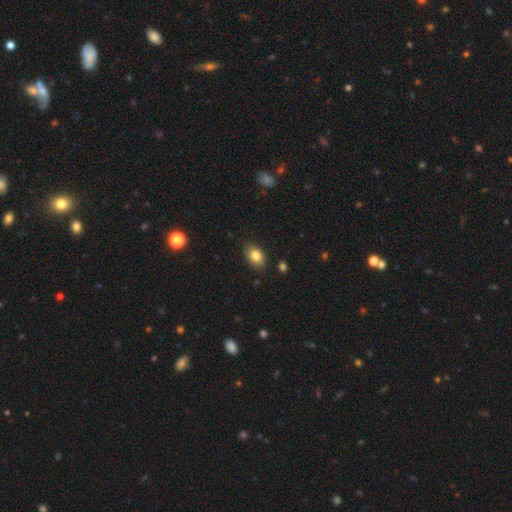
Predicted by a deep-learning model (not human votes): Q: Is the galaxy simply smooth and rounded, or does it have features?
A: smooth — 81%.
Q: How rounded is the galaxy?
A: in between — 83%.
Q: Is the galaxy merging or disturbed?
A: none — 85%.